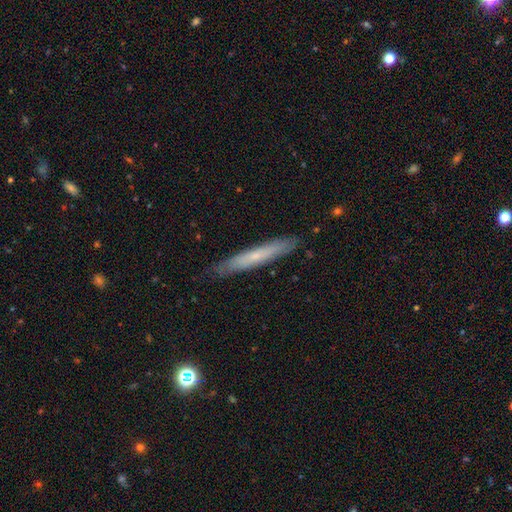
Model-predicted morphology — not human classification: Q: Smooth or featured?
A: smooth (52%); runner-up: featured or disk (42%)
Q: How rounded?
A: cigar-shaped (95%); runner-up: in between (4%)
Q: Merging?
A: none (87%); runner-up: minor disturbance (10%)